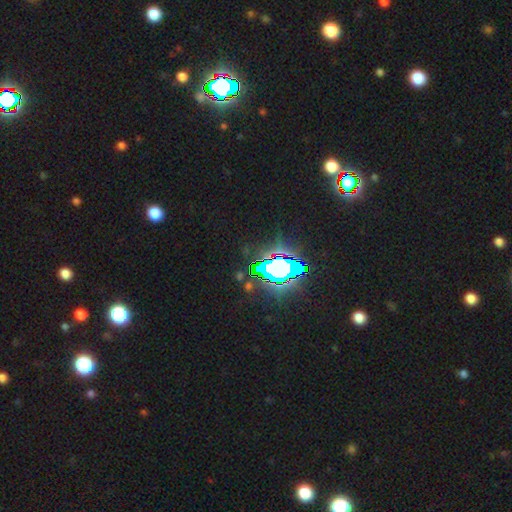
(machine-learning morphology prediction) Q: Smooth or featured?
A: star or artifact (80%); runner-up: smooth (11%)